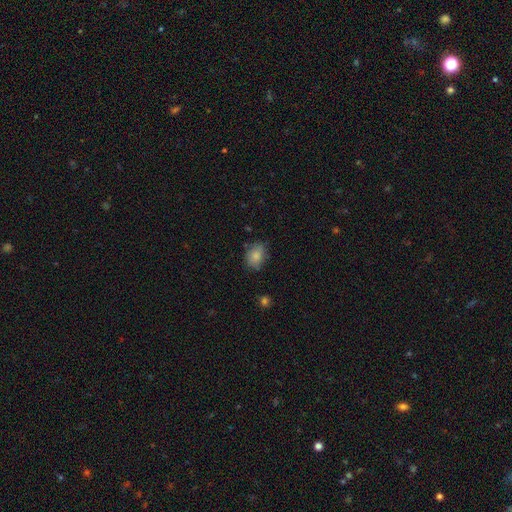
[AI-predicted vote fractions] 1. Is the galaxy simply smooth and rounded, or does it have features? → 83% smooth, 9% featured or disk, 8% star or artifact.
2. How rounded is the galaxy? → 65% in between, 34% round, 1% cigar-shaped.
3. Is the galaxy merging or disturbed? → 72% none, 21% minor disturbance, 4% major disturbance, 2% merger.